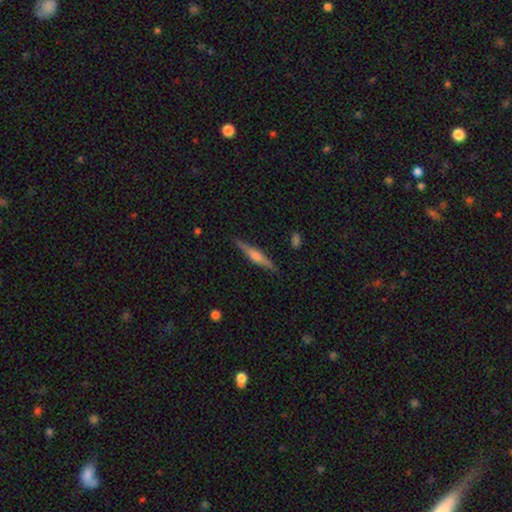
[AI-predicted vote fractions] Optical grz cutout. It shows a featured or disk galaxy (66%) viewed edge-on (98%) with a rounded central bulge (75%). Merging: none (89%).